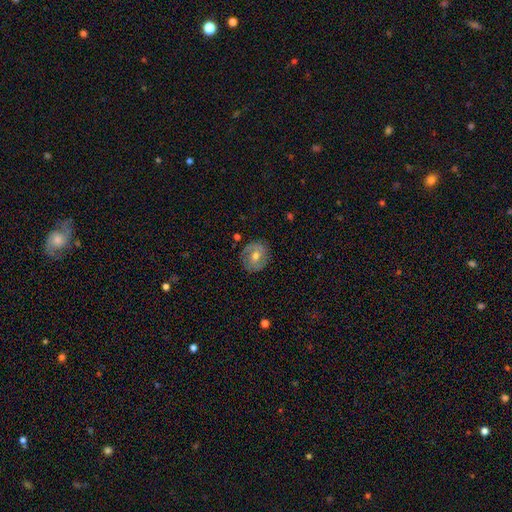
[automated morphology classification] featured or disk 57%, smooth 34%, star or artifact 9%. Down the decision tree: edge-on disk — no (96%); bar — no (51%); spiral arms — yes (70%); bulge size — moderate (72%); merging — none (82%).